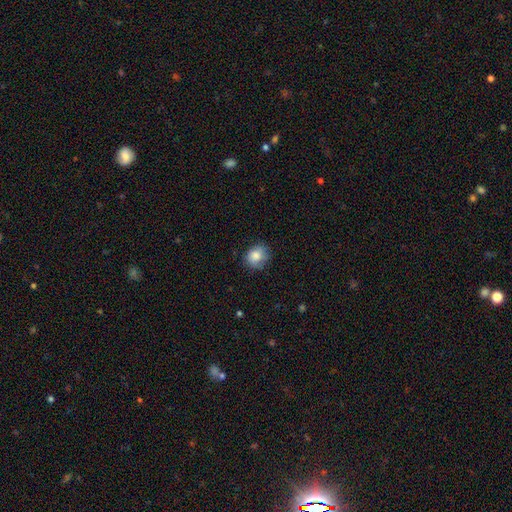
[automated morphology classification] type=smooth (83%); roundness=round (69%); merging=none (71%).